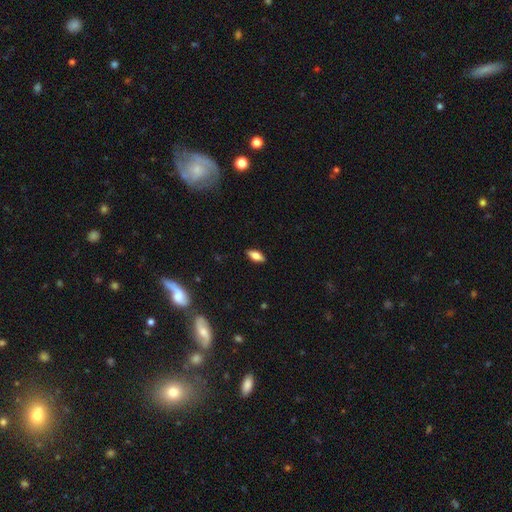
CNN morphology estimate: Smooth or featured?
  - smooth: 69% *
  - featured or disk: 24%
  - star or artifact: 7%
How rounded?
  - in between: 81% *
  - cigar-shaped: 17%
  - round: 3%
Merging?
  - none: 89% *
  - minor disturbance: 8%
  - major disturbance: 2%
  - merger: 1%